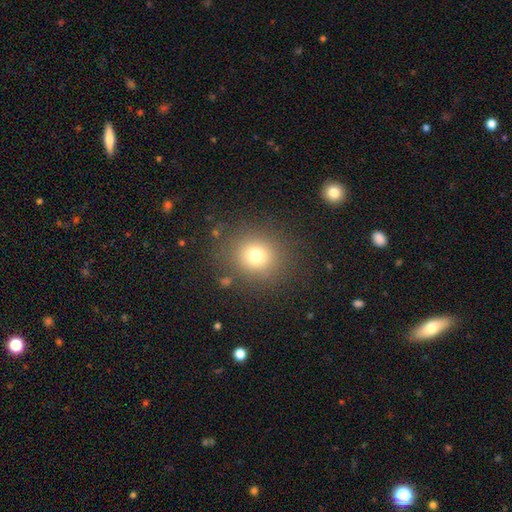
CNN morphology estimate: A smooth galaxy with no disk features (74%) that is round (86%).

Vote fractions:
- Smooth or featured? smooth: 74% / star or artifact: 16% / featured or disk: 10%
- How rounded? round: 86% / in between: 13% / cigar-shaped: 1%
- Merging? none: 84% / minor disturbance: 9% / major disturbance: 5% / merger: 2%